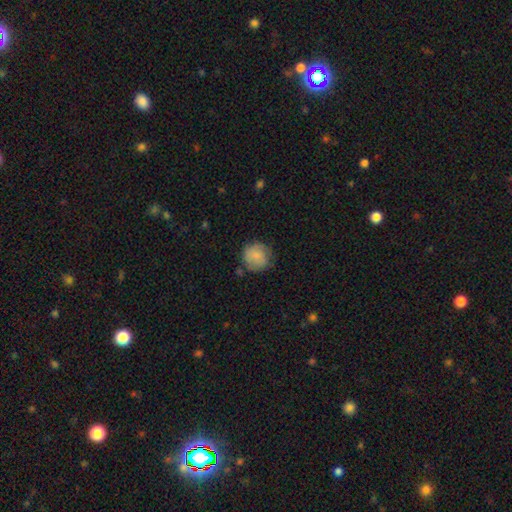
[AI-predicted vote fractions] Smooth or featured? Predicted: smooth (p=0.80). How rounded? Predicted: round (p=0.89). Merging? Predicted: none (p=0.71).